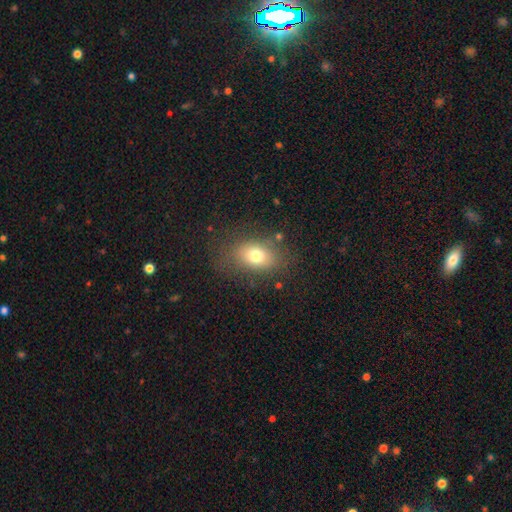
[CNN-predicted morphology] Smooth or featured?
  - smooth: 74% *
  - featured or disk: 14%
  - star or artifact: 12%
How rounded?
  - in between: 75% *
  - round: 24%
  - cigar-shaped: 2%
Merging?
  - none: 76% *
  - minor disturbance: 15%
  - major disturbance: 7%
  - merger: 2%